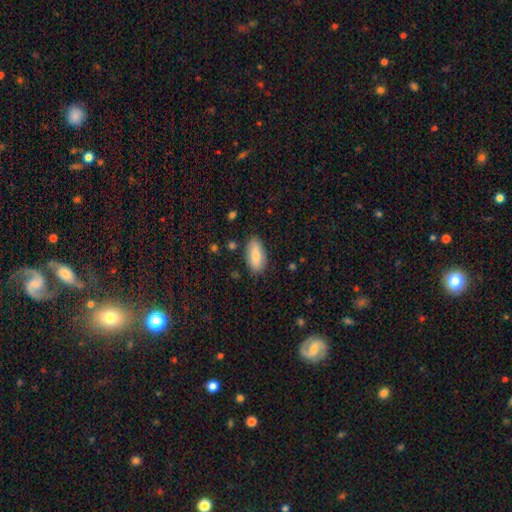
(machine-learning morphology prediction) A smooth galaxy with no disk features (77%) that is in between round and cigar-shaped (88%). Merging: none (84%).